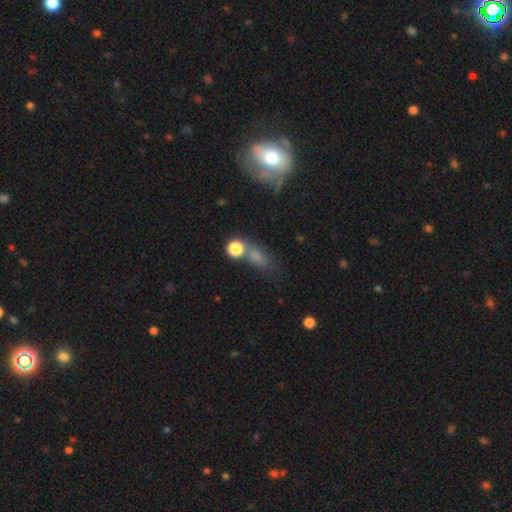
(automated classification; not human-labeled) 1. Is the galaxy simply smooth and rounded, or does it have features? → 65% smooth, 22% star or artifact, 13% featured or disk.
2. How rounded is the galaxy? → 57% in between, 28% round, 15% cigar-shaped.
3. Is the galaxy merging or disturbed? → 53% none, 18% merger, 18% minor disturbance, 11% major disturbance.